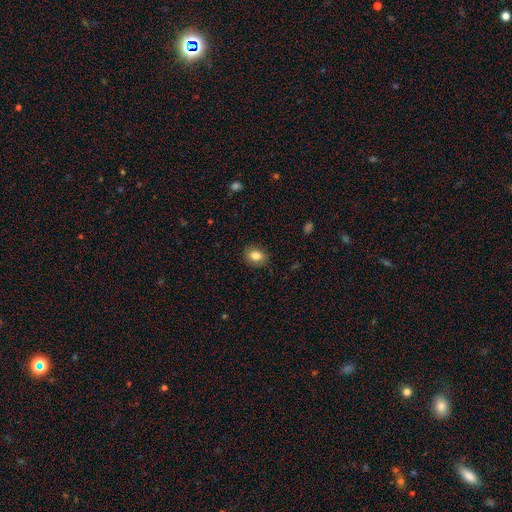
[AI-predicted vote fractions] Overall: smooth (82%). How rounded: in between (59%; round 40%). Merging: none (88%).